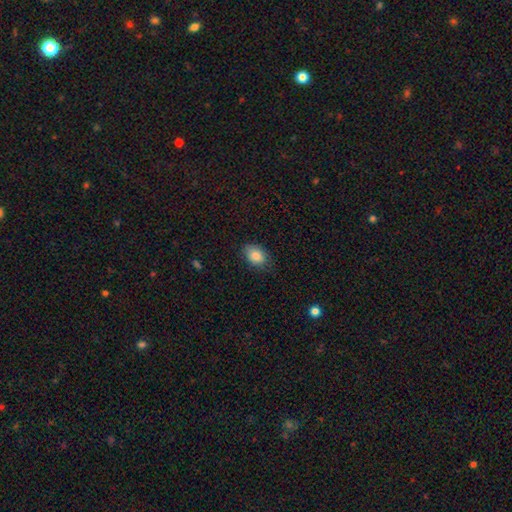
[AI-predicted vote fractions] Morphology: type=smooth (86%); roundness=in between (83%); merging=none (77%).